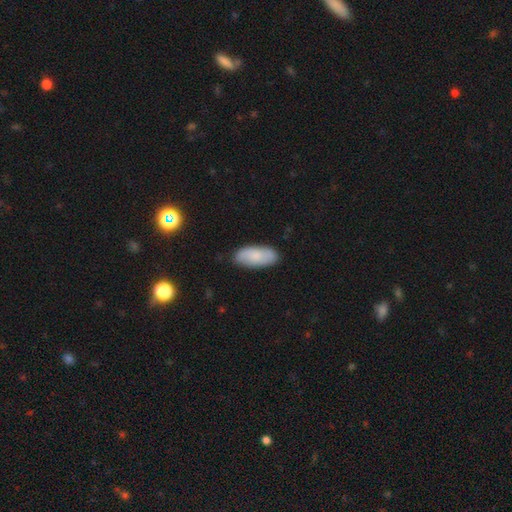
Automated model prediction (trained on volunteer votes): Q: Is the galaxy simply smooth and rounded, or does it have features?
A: smooth — 78%.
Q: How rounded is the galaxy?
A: in between — 86%.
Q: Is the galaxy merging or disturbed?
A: none — 83%.